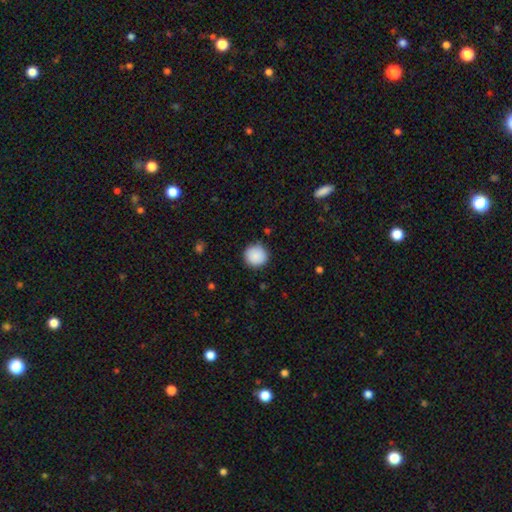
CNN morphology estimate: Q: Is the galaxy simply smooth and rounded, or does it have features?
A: smooth — 89%.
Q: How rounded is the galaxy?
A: round — 94%.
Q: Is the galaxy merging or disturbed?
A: none — 89%.